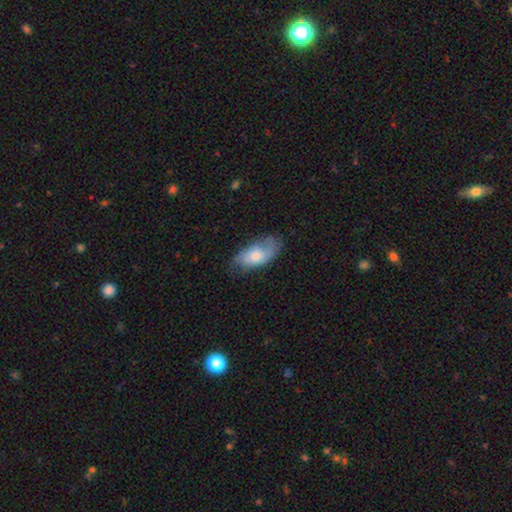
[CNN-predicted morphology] The model was most divided on "merging": none: 55%, minor disturbance: 31%, major disturbance: 12%, merger: 2%. More confident: how rounded — in between (91%); smooth or featured — smooth (60%).